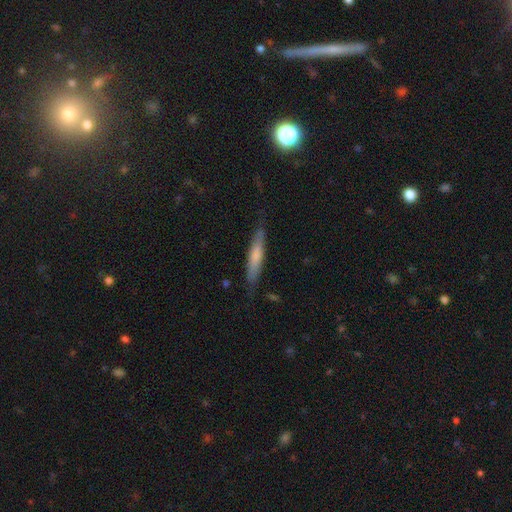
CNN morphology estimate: This appears to be a smooth galaxy with no disk features (66%) that is cigar-shaped (89%). Merging: none (80%).